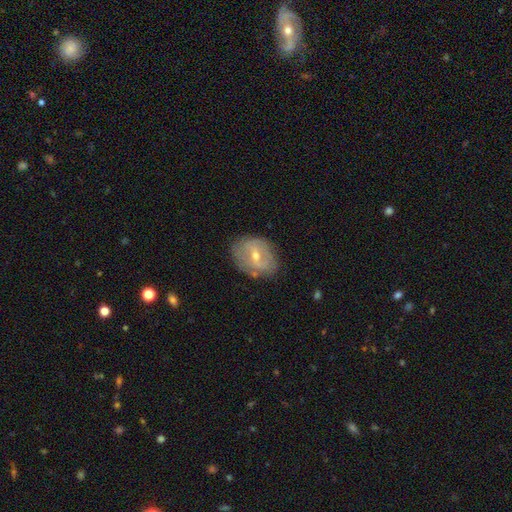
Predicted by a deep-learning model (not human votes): Smooth or featured: featured or disk — 65% (smooth — 27%)
Edge-on disk: no — 94% (yes — 6%)
Bar: weak — 49% (no — 26%)
Spiral arms: yes — 56% (no — 44%)
Bulge size: moderate — 53% (small — 43%)
Merging: none — 72% (minor disturbance — 20%)